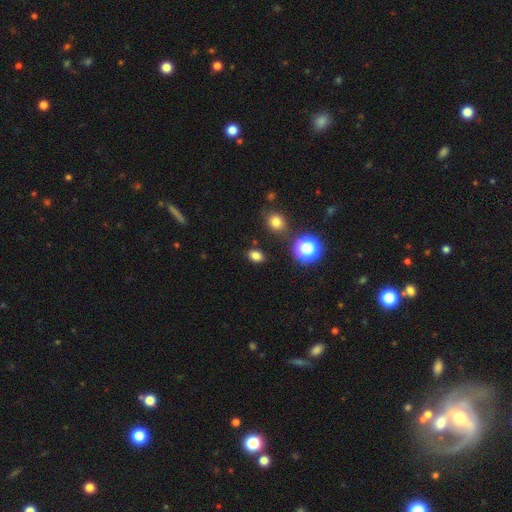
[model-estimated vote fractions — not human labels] smooth-or-featured: smooth: 78% | star or artifact: 17% | featured or disk: 5%
  how-rounded: in between: 73% | round: 26% | cigar-shaped: 2%
  merging: none: 85% | minor disturbance: 9% | merger: 3% | major disturbance: 3%